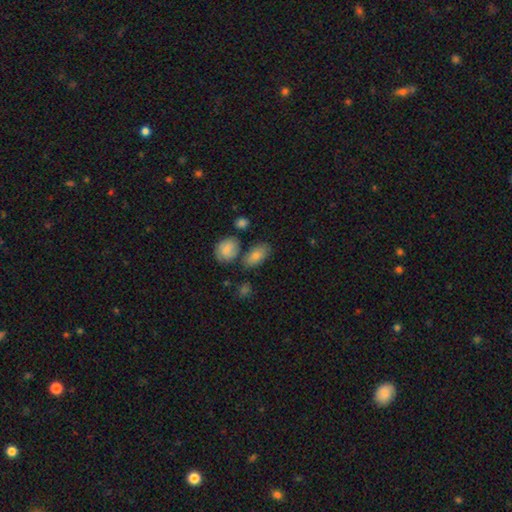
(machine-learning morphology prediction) Overall: smooth (78%). How rounded: in between (88%). Merging: none (66%).